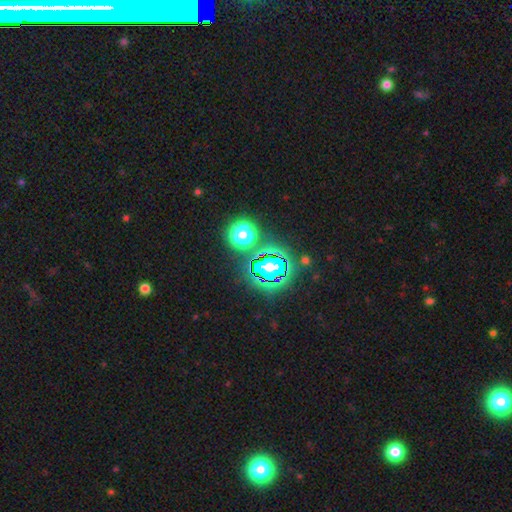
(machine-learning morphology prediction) Smooth or featured?
  - star or artifact: 79% *
  - smooth: 15%
  - featured or disk: 6%